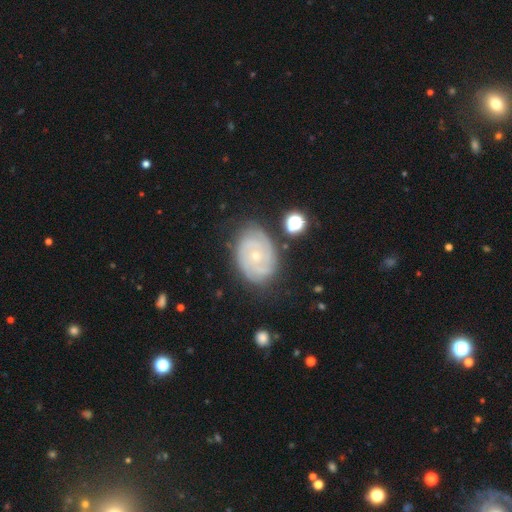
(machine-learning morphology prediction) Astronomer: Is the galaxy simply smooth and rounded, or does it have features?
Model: featured or disk — 80%.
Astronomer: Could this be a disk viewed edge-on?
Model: no — 97%.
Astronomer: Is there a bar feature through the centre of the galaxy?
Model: no — 79%.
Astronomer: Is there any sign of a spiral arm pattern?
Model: yes — 94%.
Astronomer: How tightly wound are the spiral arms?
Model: tight — 72%.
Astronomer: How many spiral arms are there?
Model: can't tell — 29% (runner-up: 2, 28%).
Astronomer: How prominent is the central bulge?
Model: small — 68%.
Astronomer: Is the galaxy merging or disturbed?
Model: none — 76%.